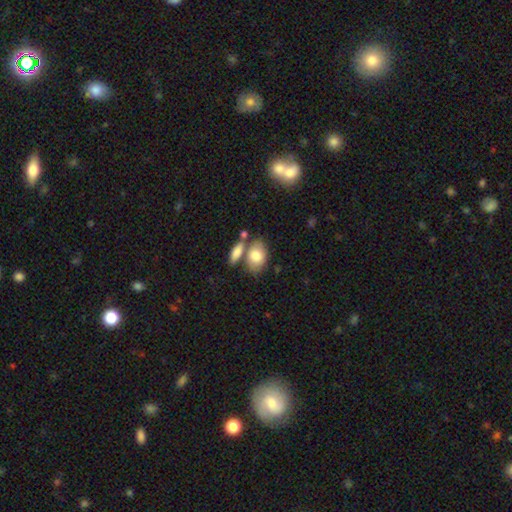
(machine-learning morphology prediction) smooth 79%, featured or disk 14%, star or artifact 6%. Down the decision tree: how rounded — in between (86%); merging — none (55%).